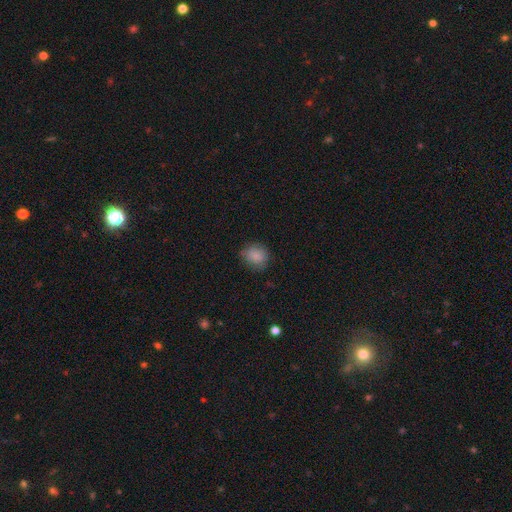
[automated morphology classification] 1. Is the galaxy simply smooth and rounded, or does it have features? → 85% smooth, 9% star or artifact, 6% featured or disk.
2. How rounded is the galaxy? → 74% round, 25% in between, 1% cigar-shaped.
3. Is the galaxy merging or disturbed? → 73% none, 21% minor disturbance, 5% major disturbance, 1% merger.